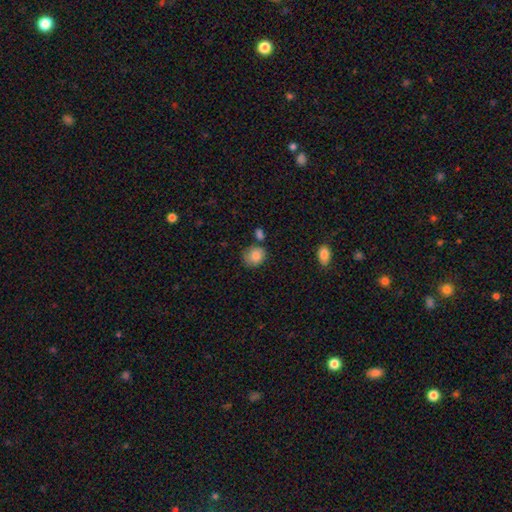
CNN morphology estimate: Smooth or featured?
  - smooth: 83% *
  - star or artifact: 8%
  - featured or disk: 8%
How rounded?
  - round: 69% *
  - in between: 30%
  - cigar-shaped: 1%
Merging?
  - none: 59% *
  - minor disturbance: 24%
  - merger: 10%
  - major disturbance: 7%